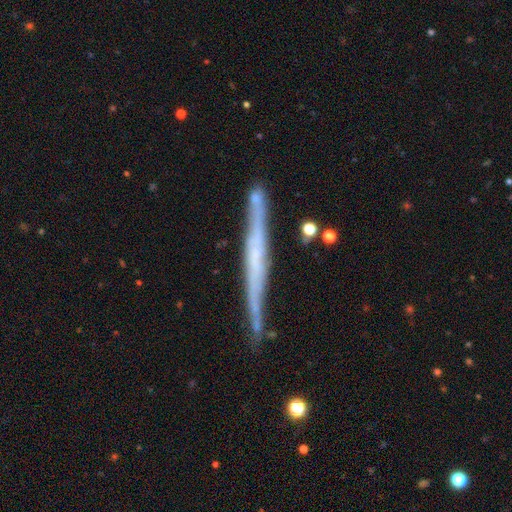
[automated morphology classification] type=featured or disk (68%); edge-on=yes (96%); edge-on bulge=none (76%); merging=none (80%).